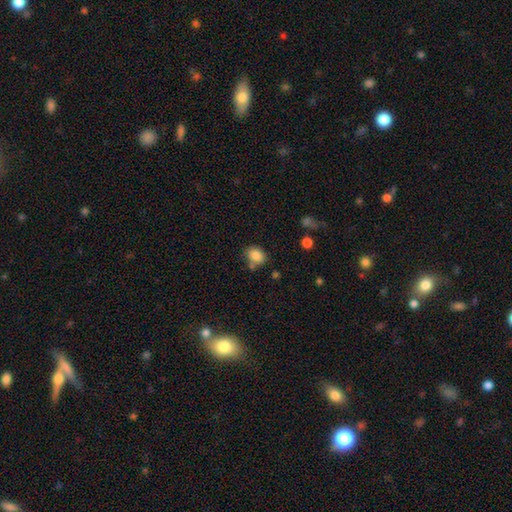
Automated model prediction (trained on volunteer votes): Smooth or featured? smooth (86%)
How rounded? in between (57%)
Merging? none (65%)